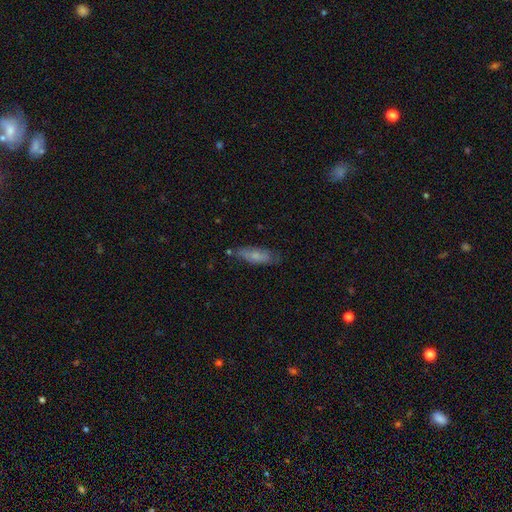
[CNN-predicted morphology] A smooth galaxy with no disk features (67%) that is in between round and cigar-shaped (52%). Merging: none (68%).